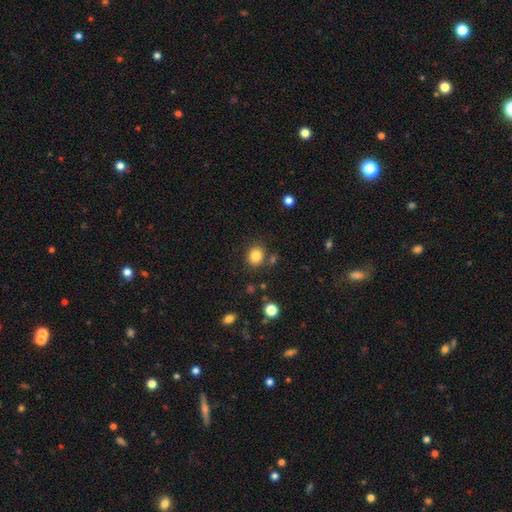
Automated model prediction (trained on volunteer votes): Smooth or featured? smooth (84%)
How rounded? round (75%)
Merging? none (81%)